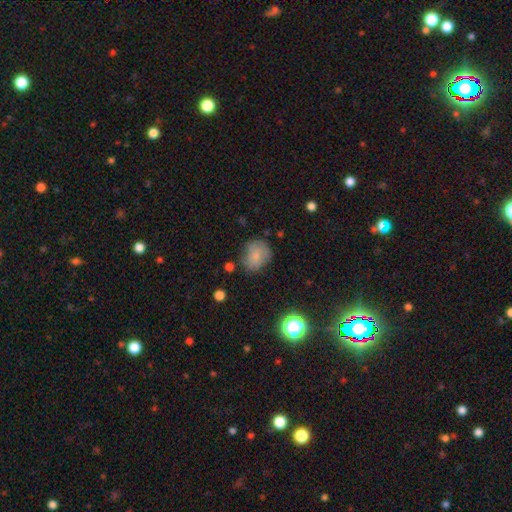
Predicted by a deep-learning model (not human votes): Morphology: type=smooth (74%); roundness=round (63%); merging=none (64%).